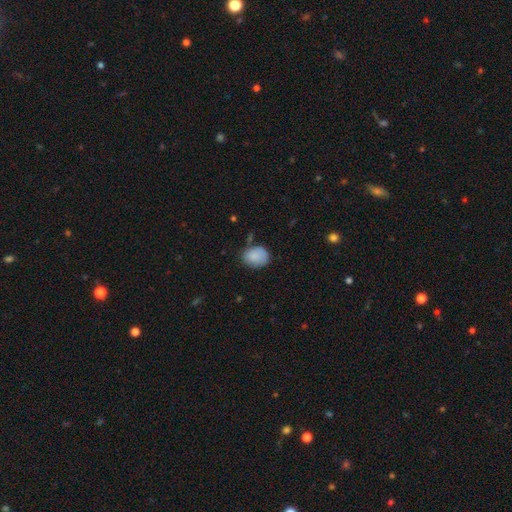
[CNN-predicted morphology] Smooth or featured? smooth (86%)
How rounded? in between (56%)
Merging? none (66%)